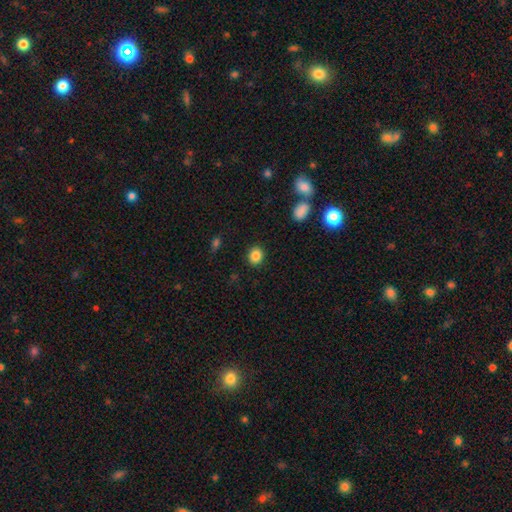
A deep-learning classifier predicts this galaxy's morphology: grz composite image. It shows a smooth galaxy with no disk features (86%) that is round (69%). Merging: none (90%).